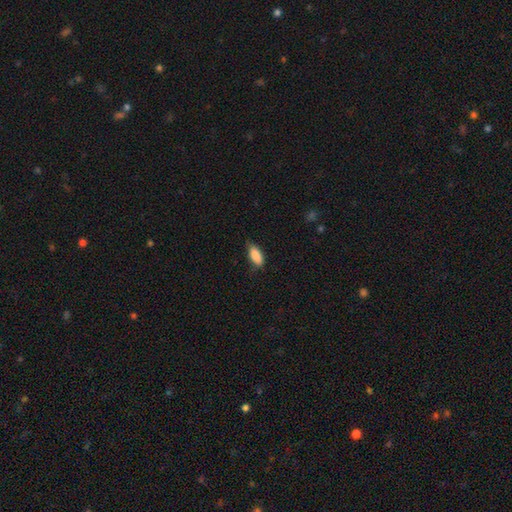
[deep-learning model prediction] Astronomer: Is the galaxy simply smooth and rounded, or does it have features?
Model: smooth — 87%.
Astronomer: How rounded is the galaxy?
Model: in between — 86%.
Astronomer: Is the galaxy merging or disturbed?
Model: none — 71%.